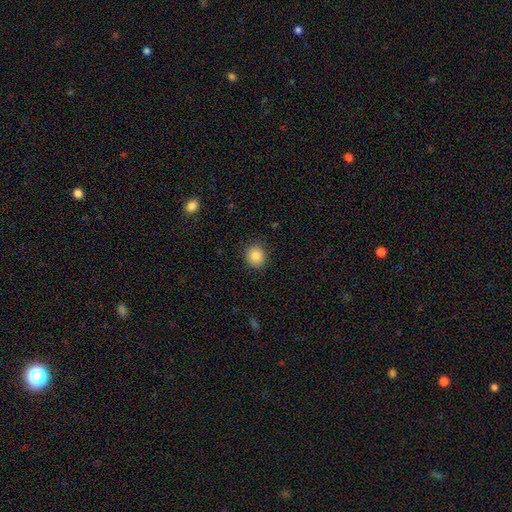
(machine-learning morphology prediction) Smooth or featured? smooth (86%)
How rounded? round (84%)
Merging? none (90%)